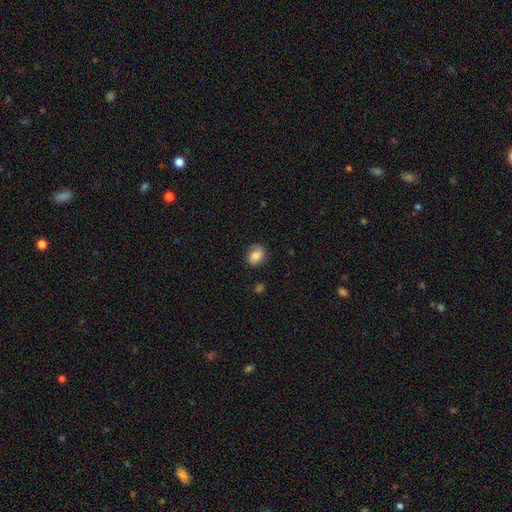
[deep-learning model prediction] smooth 69%, featured or disk 22%, star or artifact 9%. Down the decision tree: how rounded — in between (54%); merging — none (65%).